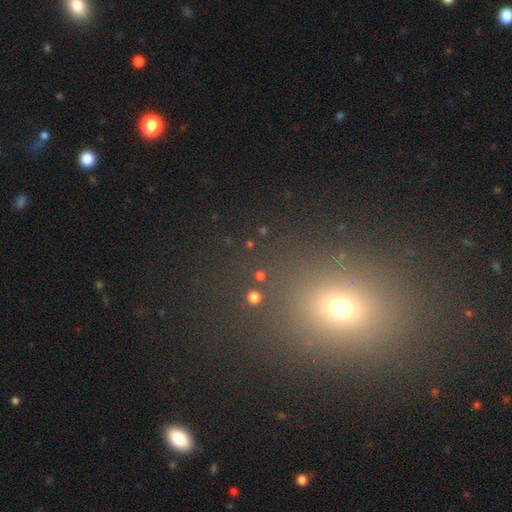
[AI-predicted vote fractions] The model was most divided on "how rounded": round: 50%, in between: 48%, cigar-shaped: 2%. More confident: merging — none (85%); smooth or featured — smooth (55%).